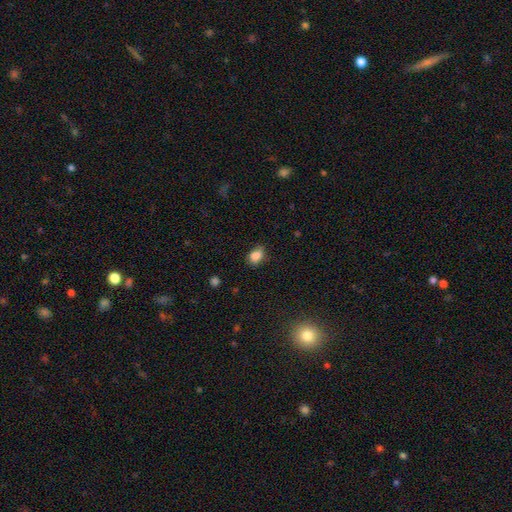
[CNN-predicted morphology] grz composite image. It shows a smooth galaxy with no disk features (85%) that is in between round and cigar-shaped (68%). Merging: none (69%).